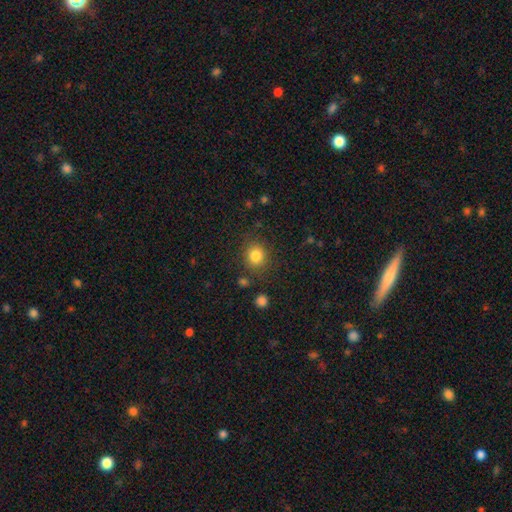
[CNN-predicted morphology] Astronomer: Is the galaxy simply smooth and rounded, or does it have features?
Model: smooth — 83%.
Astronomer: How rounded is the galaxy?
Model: round — 82%.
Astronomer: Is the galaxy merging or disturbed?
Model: none — 83%.